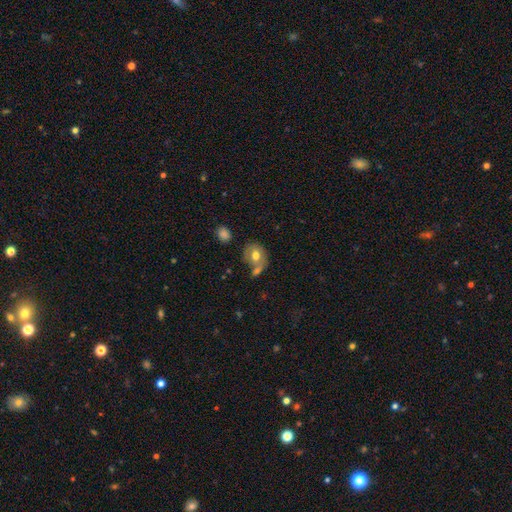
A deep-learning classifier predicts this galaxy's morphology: Overall: smooth (63%; featured or disk 29%). How rounded: round (60%; in between 38%). Merging: none (43%; merger 30%).